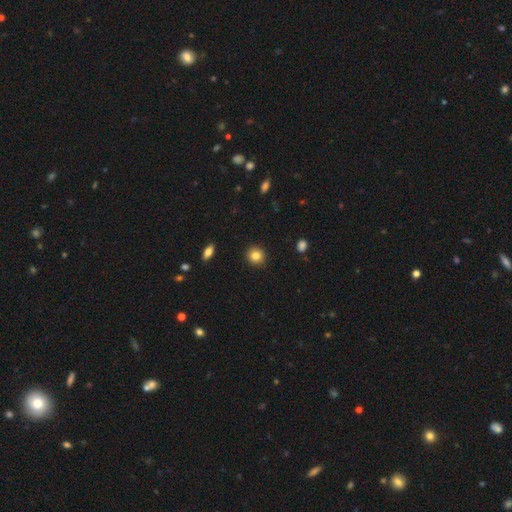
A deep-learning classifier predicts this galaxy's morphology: This is clearly a smooth galaxy (83%). How rounded: clearly round (90%). Merging: clearly none (92%).